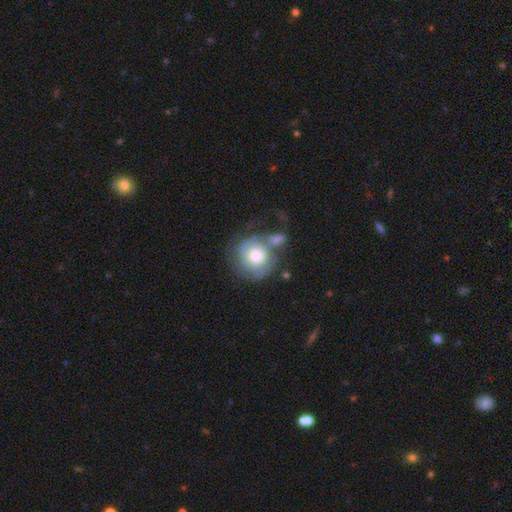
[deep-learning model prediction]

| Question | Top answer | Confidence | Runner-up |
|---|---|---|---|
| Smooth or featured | featured or disk | 61% | smooth (31%) |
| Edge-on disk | no | 97% | yes (3%) |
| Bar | no | 81% | weak (16%) |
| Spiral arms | yes | 73% | no (27%) |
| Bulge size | large | 52% | moderate (33%) |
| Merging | none | 40% | merger (21%) |